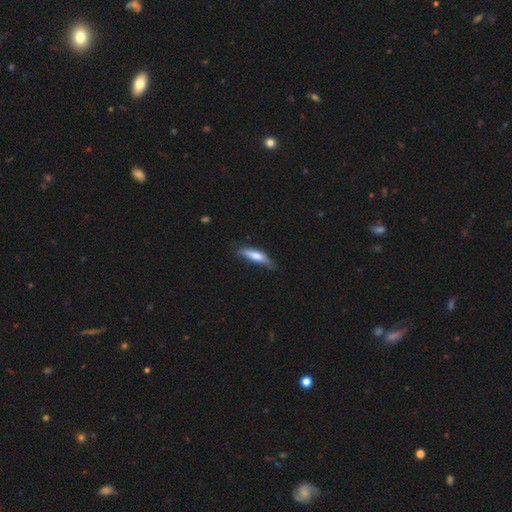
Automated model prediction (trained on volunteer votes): smooth_or_featured: smooth (p=0.68) [alt: featured or disk p=0.26]
how_rounded: cigar-shaped (p=0.71) [alt: in between p=0.27]
merging: none (p=0.59) [alt: minor disturbance p=0.31]